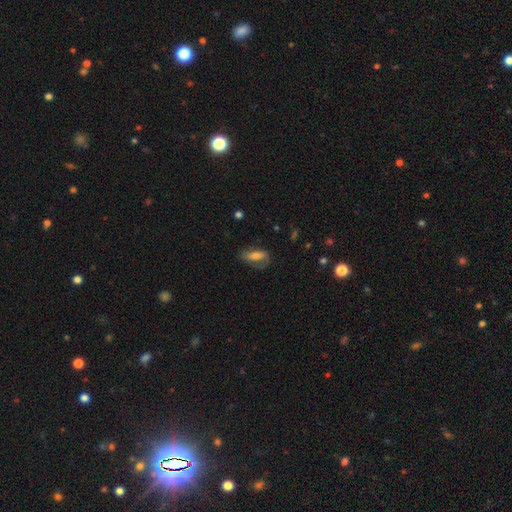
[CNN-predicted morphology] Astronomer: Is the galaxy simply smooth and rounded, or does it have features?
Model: smooth — 63%.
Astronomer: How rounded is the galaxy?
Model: in between — 70%.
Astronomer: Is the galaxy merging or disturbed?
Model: none — 52% (runner-up: minor disturbance, 27%).